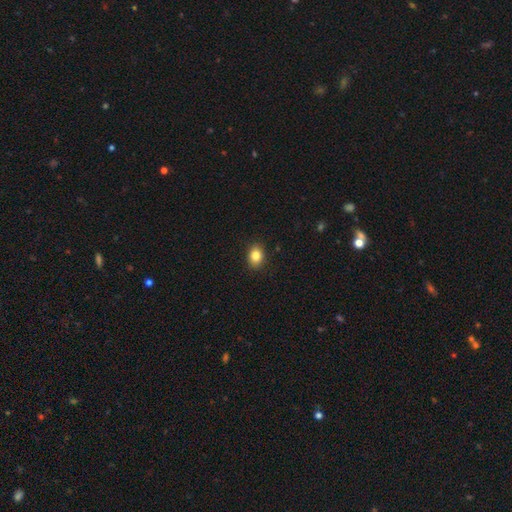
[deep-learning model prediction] Smooth or featured: smooth — 84% (star or artifact — 9%)
How rounded: in between — 66% (round — 33%)
Merging: none — 89% (minor disturbance — 8%)